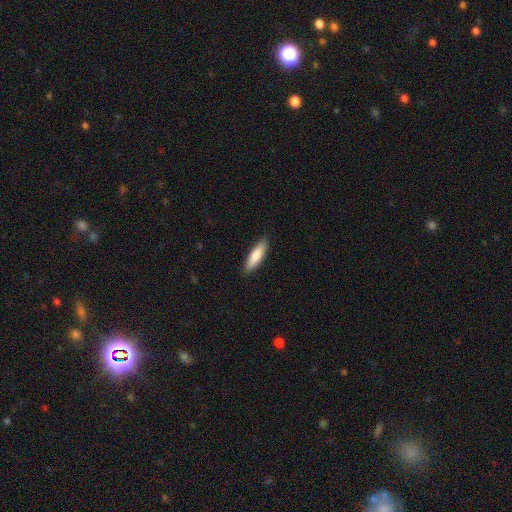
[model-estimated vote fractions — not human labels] smooth 84%, featured or disk 11%, star or artifact 5%. Down the decision tree: how rounded — cigar-shaped (57%); merging — none (88%).